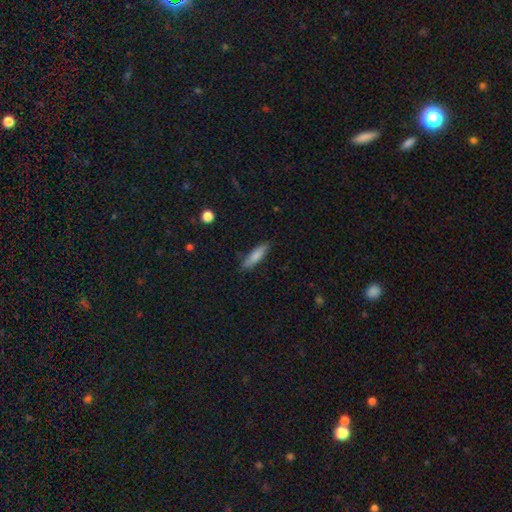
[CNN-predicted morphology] Smooth or featured? smooth (79%)
How rounded? cigar-shaped (70%)
Merging? none (83%)